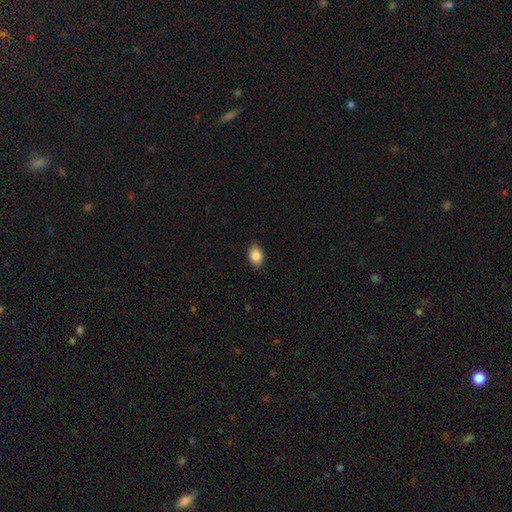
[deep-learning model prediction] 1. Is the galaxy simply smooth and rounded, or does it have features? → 88% smooth, 8% star or artifact, 5% featured or disk.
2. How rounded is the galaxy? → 84% in between, 14% round, 1% cigar-shaped.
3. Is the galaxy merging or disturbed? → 88% none, 9% minor disturbance, 2% major disturbance, 1% merger.